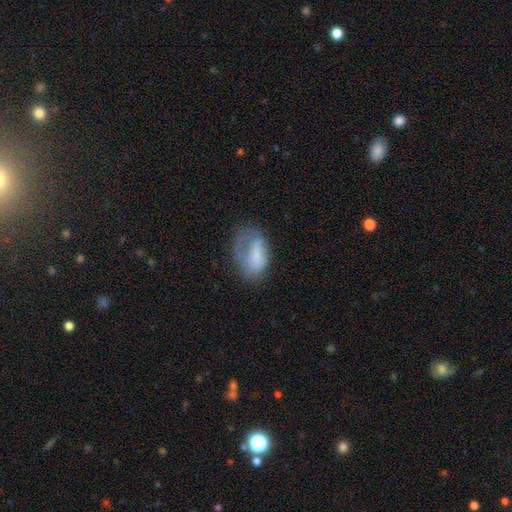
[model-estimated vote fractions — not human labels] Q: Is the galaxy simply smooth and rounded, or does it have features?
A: smooth — 65%.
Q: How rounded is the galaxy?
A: in between — 87%.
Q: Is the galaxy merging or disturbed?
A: major disturbance — 36%.